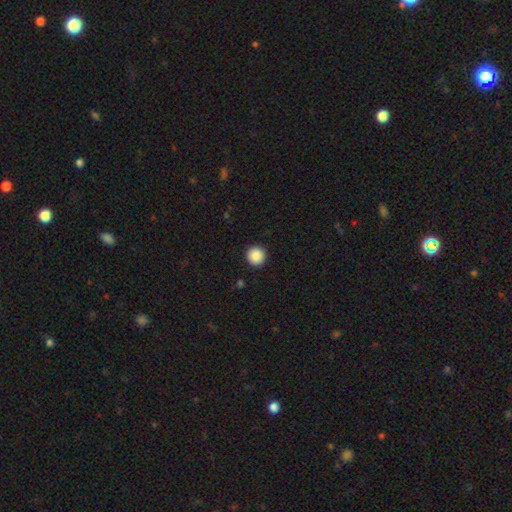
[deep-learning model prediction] smooth 88%, star or artifact 9%, featured or disk 3%. Down the decision tree: how rounded — round (96%); merging — none (93%).